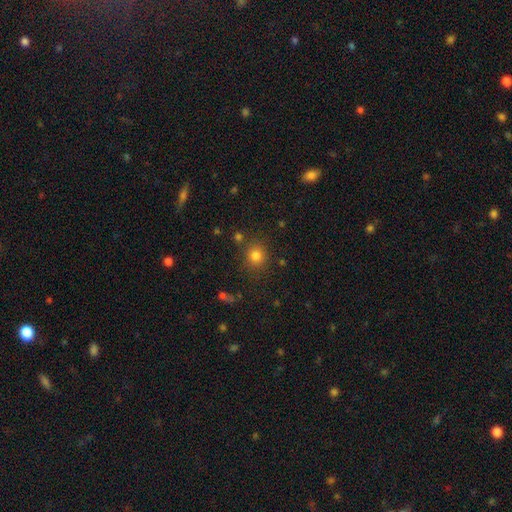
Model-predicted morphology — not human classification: smooth_or_featured: smooth (p=0.80) [alt: star or artifact p=0.14]
how_rounded: round (p=0.86) [alt: in between p=0.13]
merging: none (p=0.82) [alt: minor disturbance p=0.09]